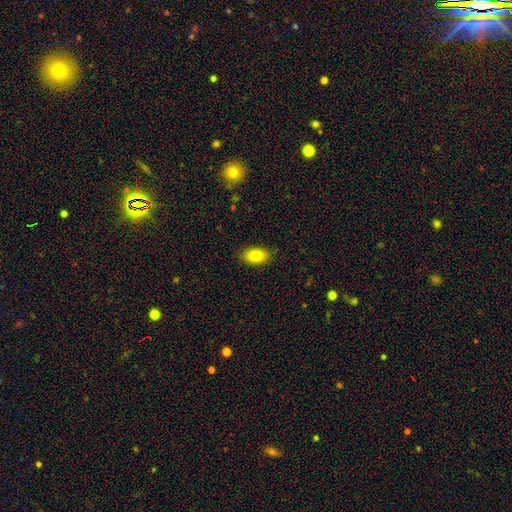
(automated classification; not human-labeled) smooth_or_featured: smooth (p=0.85) [alt: star or artifact p=0.08]
how_rounded: in between (p=0.91) [alt: round p=0.07]
merging: none (p=0.87) [alt: minor disturbance p=0.10]